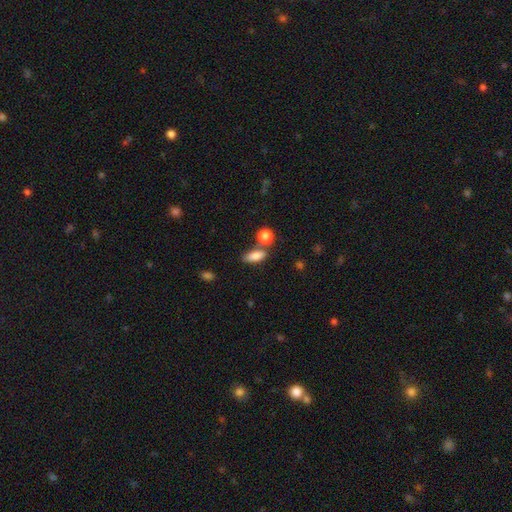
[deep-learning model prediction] Smooth or featured? Predicted: smooth (p=0.83). How rounded? Predicted: in between (p=0.73). Merging? Predicted: none (p=0.58).